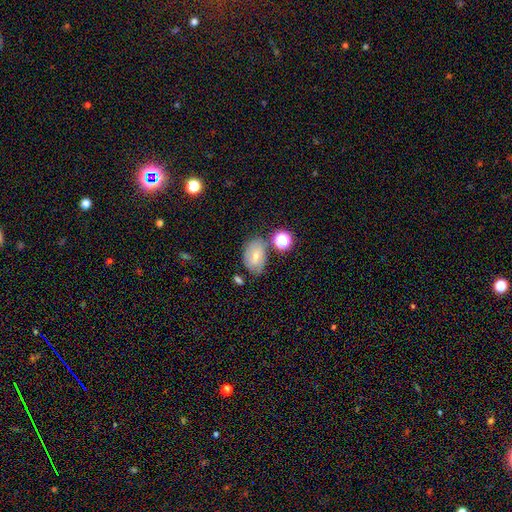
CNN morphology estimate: smooth-or-featured: smooth: 56% | featured or disk: 32% | star or artifact: 12%
  how-rounded: in between: 80% | round: 18% | cigar-shaped: 2%
  merging: none: 59% | minor disturbance: 23% | merger: 10% | major disturbance: 8%